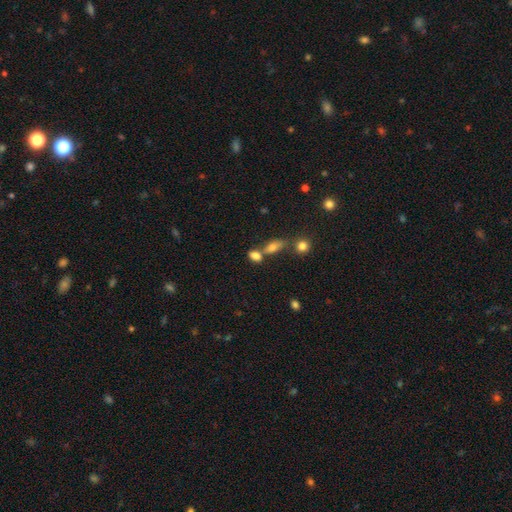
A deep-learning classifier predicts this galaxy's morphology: Smooth or featured: smooth — 79% (star or artifact — 11%)
How rounded: in between — 83% (round — 11%)
Merging: none — 42% (tied with merger — 42%)